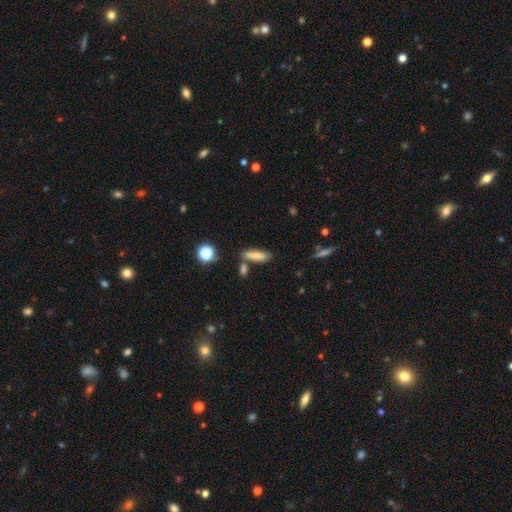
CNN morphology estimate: The model was most divided on "how rounded": cigar-shaped: 55%, in between: 41%, round: 4%. More confident: smooth or featured — smooth (78%); merging — none (62%).